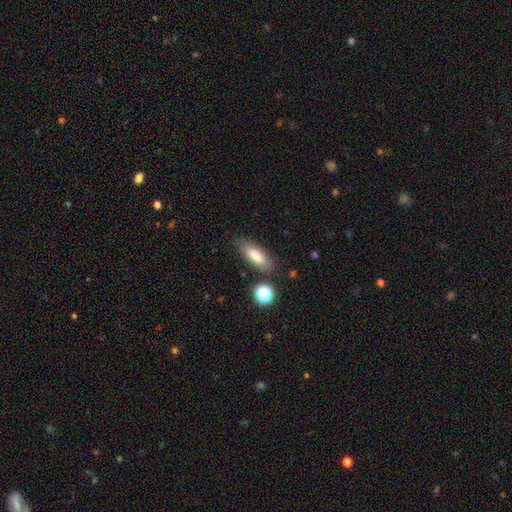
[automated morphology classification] This appears to be a smooth galaxy with no disk features (77%) that is in between round and cigar-shaped (68%). Merging: none (79%).